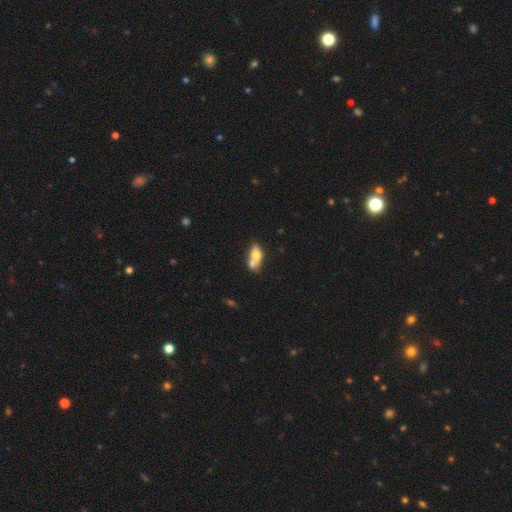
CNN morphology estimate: A smooth galaxy with no disk features (66%) that is in between round and cigar-shaped (80%).

Vote fractions:
- Smooth or featured? smooth: 66% / featured or disk: 26% / star or artifact: 8%
- How rounded? in between: 80% / cigar-shaped: 11% / round: 9%
- Merging? merger: 56% / none: 27% / minor disturbance: 12% / major disturbance: 6%